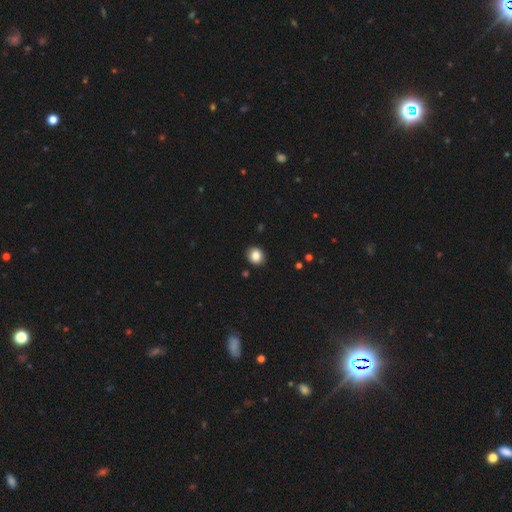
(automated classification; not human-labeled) Smooth or featured?
  - smooth: 85% *
  - star or artifact: 9%
  - featured or disk: 6%
How rounded?
  - round: 74% *
  - in between: 25%
  - cigar-shaped: 1%
Merging?
  - none: 89% *
  - minor disturbance: 8%
  - major disturbance: 2%
  - merger: 1%